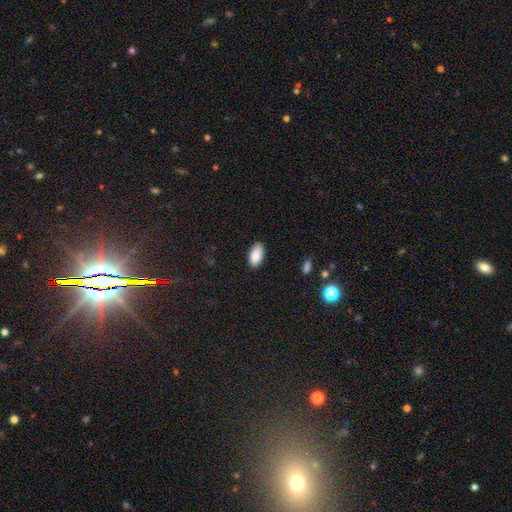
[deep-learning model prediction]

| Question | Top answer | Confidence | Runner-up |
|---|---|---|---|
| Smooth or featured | smooth | 89% | star or artifact (7%) |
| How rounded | in between | 95% | cigar-shaped (3%) |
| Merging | none | 86% | minor disturbance (11%) |